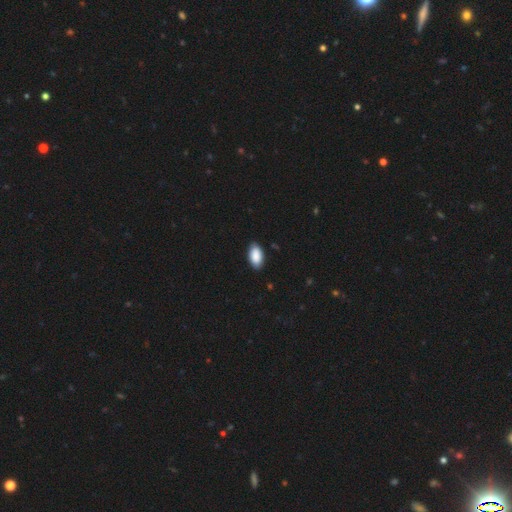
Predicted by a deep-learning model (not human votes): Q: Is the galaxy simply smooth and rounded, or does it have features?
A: smooth — 89%.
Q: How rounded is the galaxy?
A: in between — 95%.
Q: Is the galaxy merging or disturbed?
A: none — 87%.